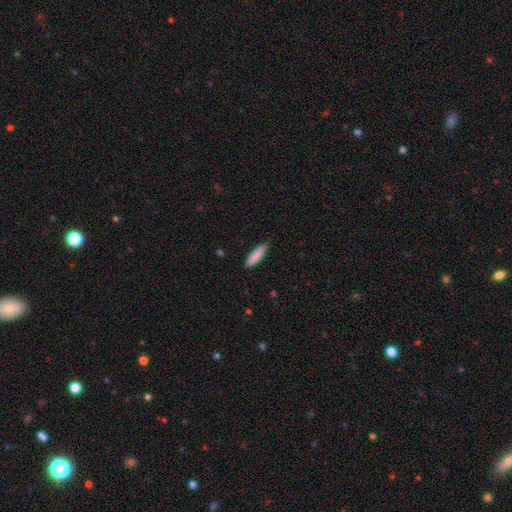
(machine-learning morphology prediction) smooth_or_featured: smooth (p=0.88) [alt: featured or disk p=0.07]
how_rounded: cigar-shaped (p=0.67) [alt: in between p=0.32]
merging: none (p=0.88) [alt: minor disturbance p=0.09]